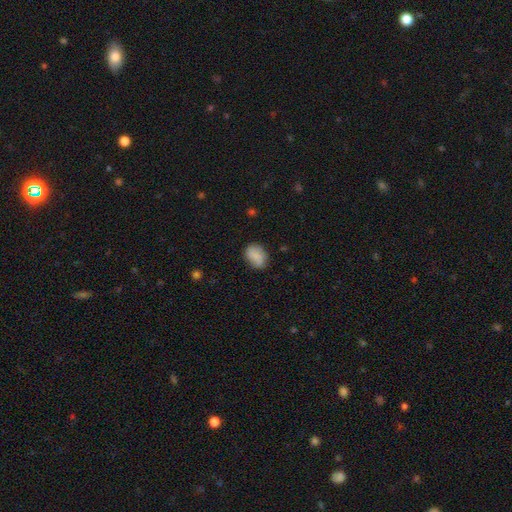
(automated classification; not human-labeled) Smooth or featured: smooth — 81% (featured or disk — 11%)
How rounded: in between — 66% (round — 32%)
Merging: none — 74% (minor disturbance — 20%)